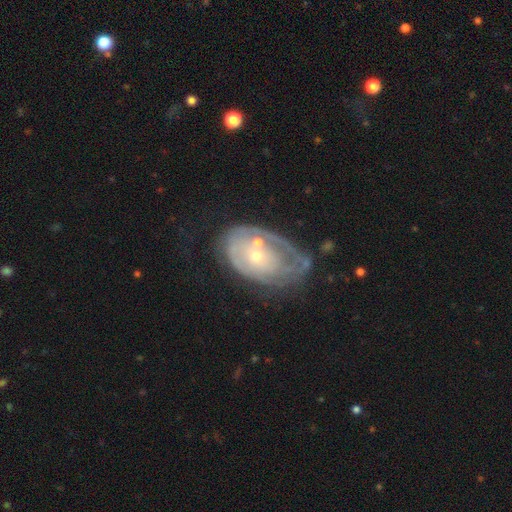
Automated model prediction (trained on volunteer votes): Smooth or featured? Predicted: featured or disk (p=0.70). Edge-on disk? Predicted: no (p=0.95). Bar? Predicted: no (p=0.84). Spiral arms? Predicted: yes (p=0.58). Bulge size? Predicted: small (p=0.68). Merging? Predicted: none (p=0.35).